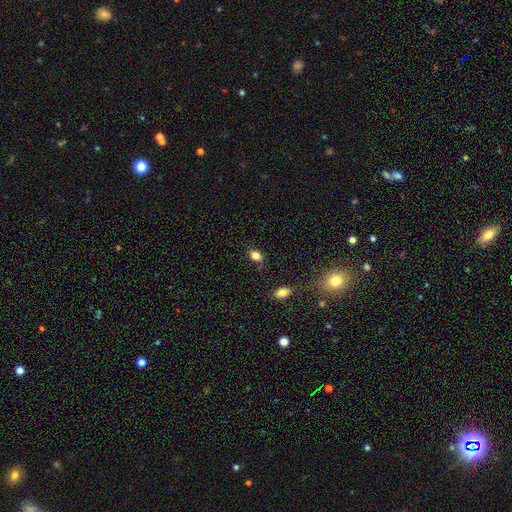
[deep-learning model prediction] Smooth or featured? smooth (82%)
How rounded? in between (77%)
Merging? none (79%)